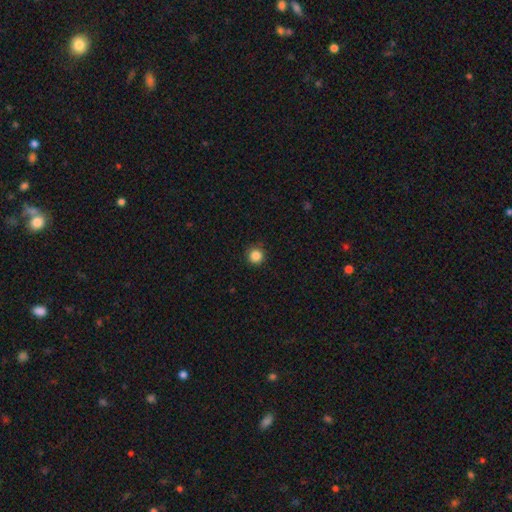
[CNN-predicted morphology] Smooth or featured?
  - smooth: 86% *
  - star or artifact: 11%
  - featured or disk: 3%
How rounded?
  - round: 95% *
  - in between: 4%
  - cigar-shaped: 1%
Merging?
  - none: 91% *
  - minor disturbance: 6%
  - major disturbance: 2%
  - merger: 1%